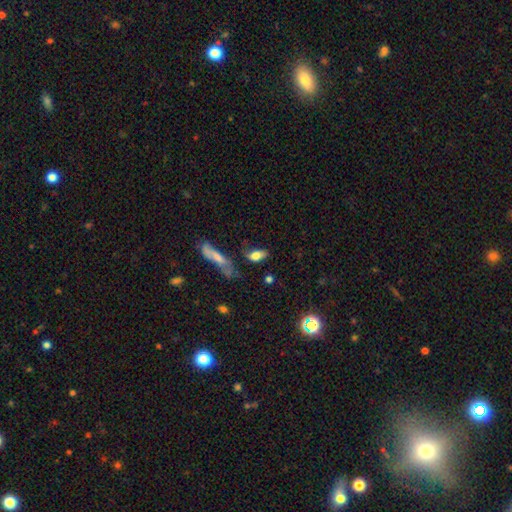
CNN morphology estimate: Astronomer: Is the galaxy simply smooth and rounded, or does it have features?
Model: smooth — 73%.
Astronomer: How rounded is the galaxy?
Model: in between — 78%.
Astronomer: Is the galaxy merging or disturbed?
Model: none — 51%.